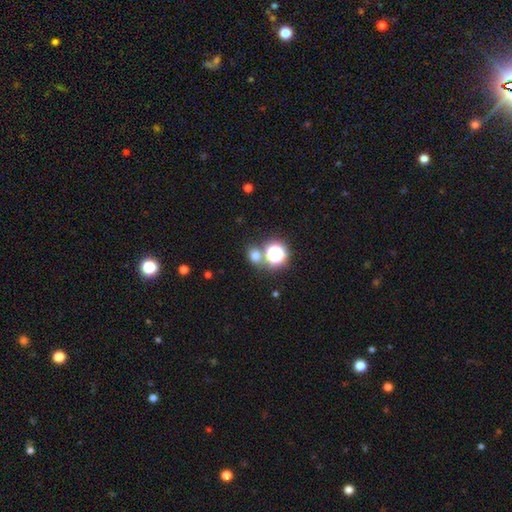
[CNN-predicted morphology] A smooth galaxy with no disk features (67%) that is round (68%). Merging: none (69%).